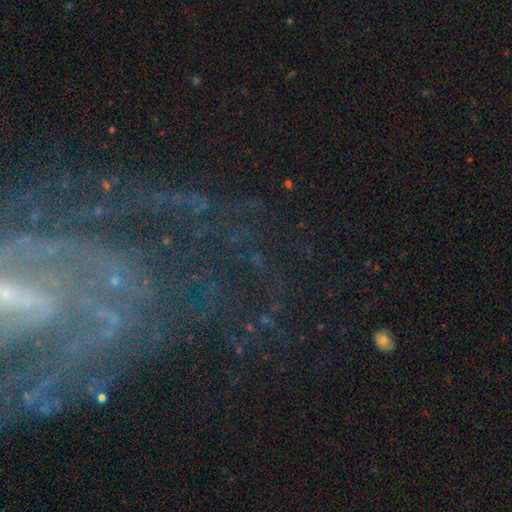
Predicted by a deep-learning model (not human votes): smooth-or-featured: featured or disk: 53% | star or artifact: 34% | smooth: 13%
  disk-edge-on: no: 92% | yes: 8%
  merging: none: 62% | major disturbance: 18% | minor disturbance: 15% | merger: 5%